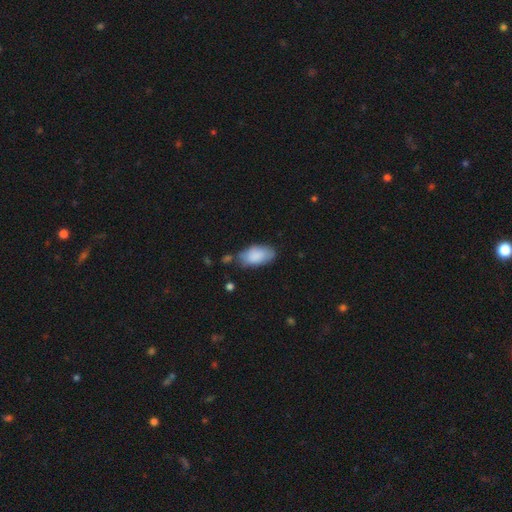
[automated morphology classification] The model was most divided on "merging": none: 60%, minor disturbance: 27%, major disturbance: 6%, merger: 6%. More confident: how rounded — in between (94%); smooth or featured — smooth (86%).